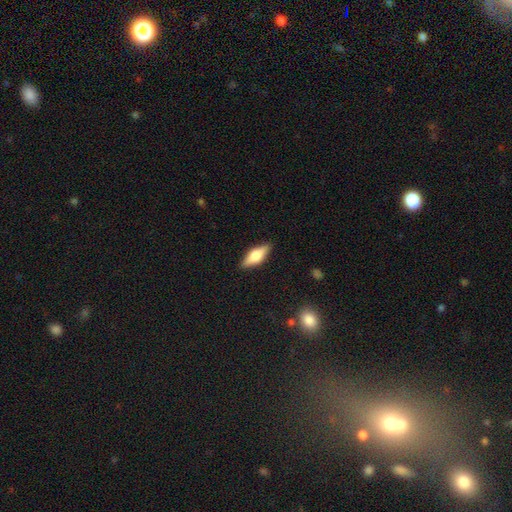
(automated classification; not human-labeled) This is possibly a smooth galaxy (51%). How rounded: likely in between (62%). Merging: clearly none (87%).